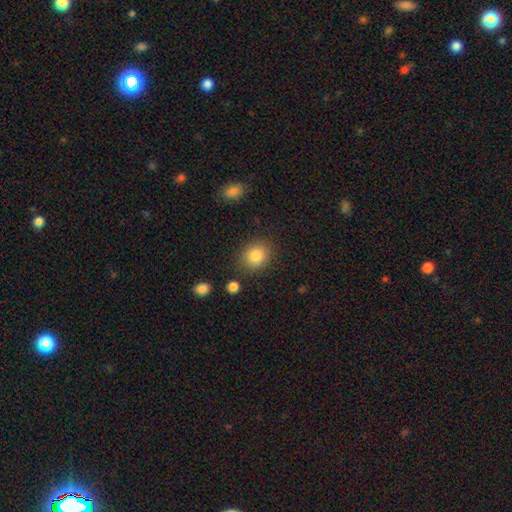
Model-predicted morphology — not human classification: Smooth or featured? Predicted: smooth (p=0.84). How rounded? Predicted: round (p=0.63). Merging? Predicted: none (p=0.84).